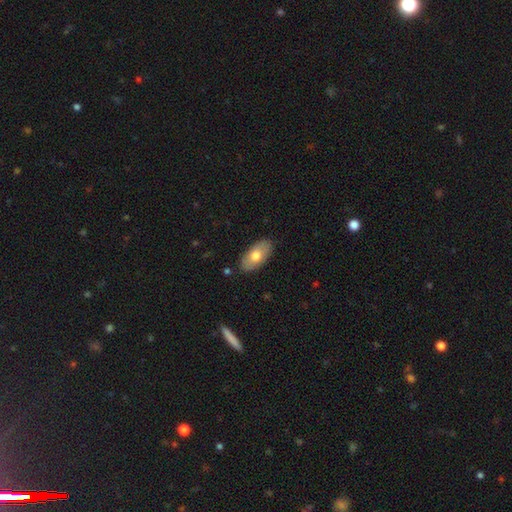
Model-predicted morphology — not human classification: smooth 70%, featured or disk 25%, star or artifact 6%. Down the decision tree: how rounded — in between (93%); merging — none (86%).